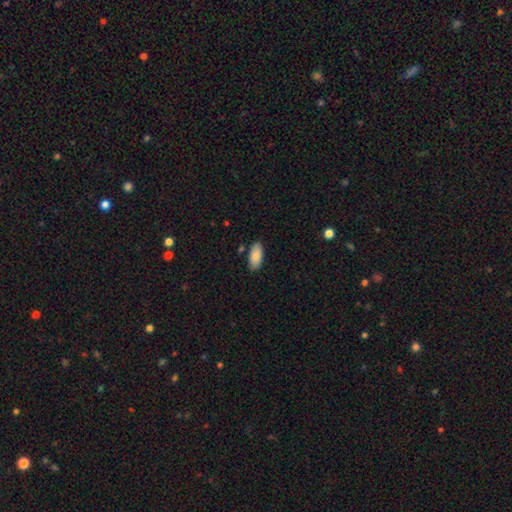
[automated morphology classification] The model was most divided on "merging": none: 85%, minor disturbance: 10%, merger: 3%, major disturbance: 2%. More confident: how rounded — in between (90%); smooth or featured — smooth (85%).